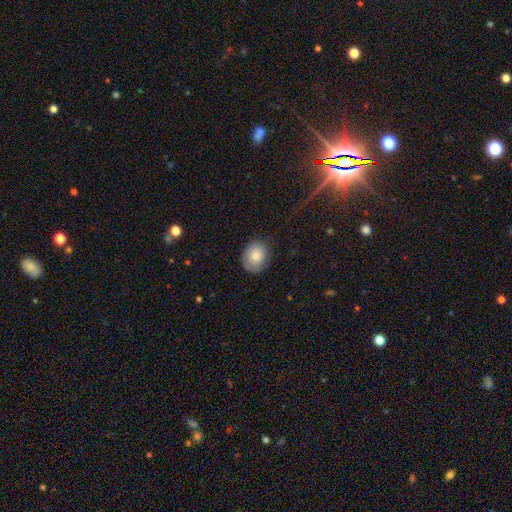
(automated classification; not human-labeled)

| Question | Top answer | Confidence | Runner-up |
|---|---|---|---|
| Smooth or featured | smooth | 84% | featured or disk (8%) |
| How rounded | round | 55% | in between (44%) |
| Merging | none | 80% | minor disturbance (16%) |